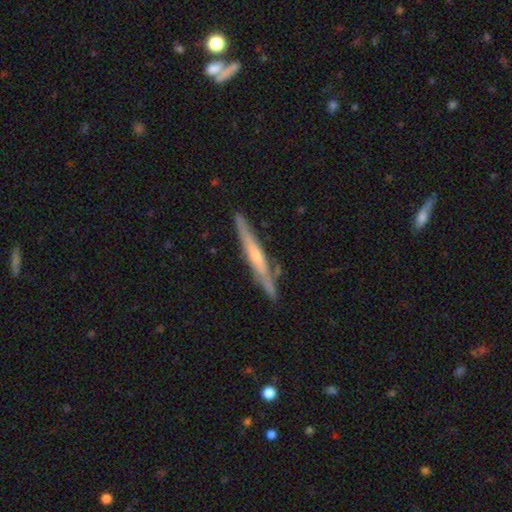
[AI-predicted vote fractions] Overall: featured or disk (60%; smooth 35%). Edge-on disk: yes (93%). Edge-on bulge: rounded (50%; none 43%). Merging: none (79%).